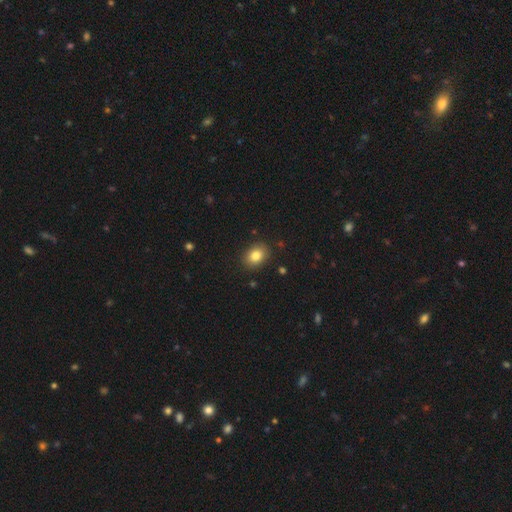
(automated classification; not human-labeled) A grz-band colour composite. It shows a smooth galaxy with no disk features (83%) that is in between round and cigar-shaped (59%). Merging: none (88%).